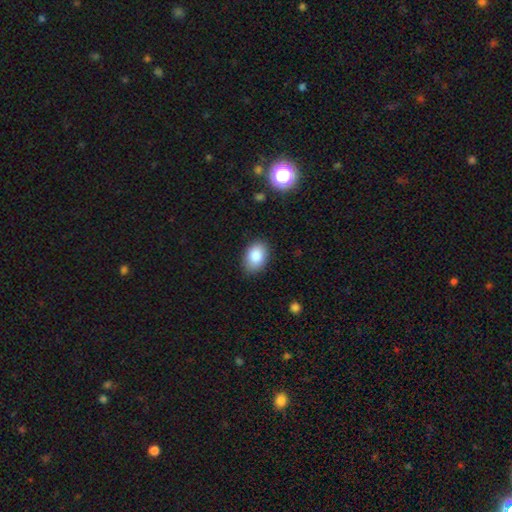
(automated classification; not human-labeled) This appears to be a smooth galaxy with no disk features (87%) that is in between round and cigar-shaped (85%). Merging: none (84%).